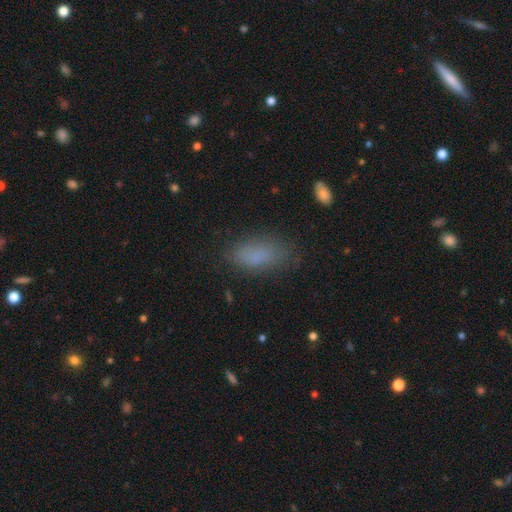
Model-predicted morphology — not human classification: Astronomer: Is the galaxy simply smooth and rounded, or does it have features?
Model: smooth — 80%.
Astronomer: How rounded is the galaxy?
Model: in between — 86%.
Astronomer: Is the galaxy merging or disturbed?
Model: none — 75%.